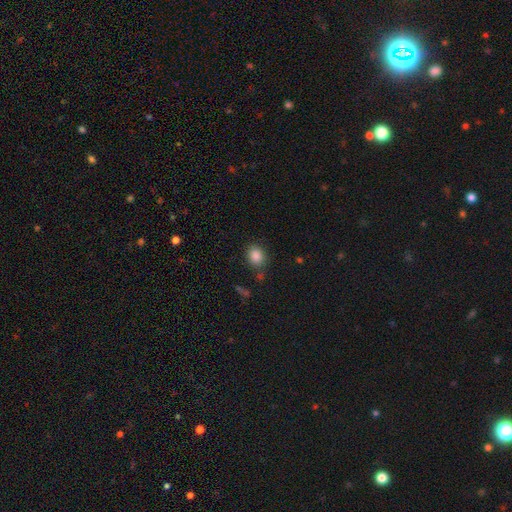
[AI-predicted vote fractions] Q: Smooth or featured?
A: smooth (86%); runner-up: star or artifact (10%)
Q: How rounded?
A: round (57%); runner-up: in between (42%)
Q: Merging?
A: none (80%); runner-up: minor disturbance (12%)